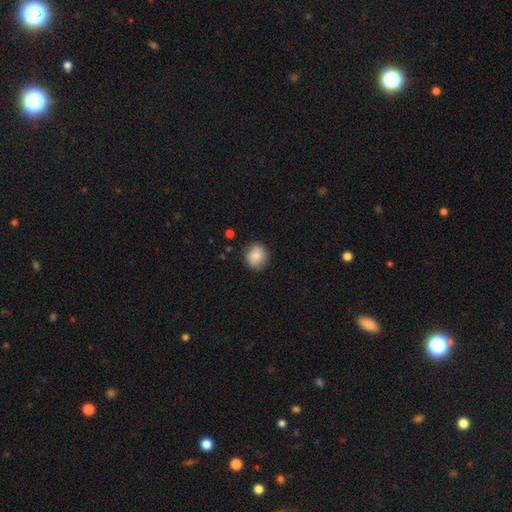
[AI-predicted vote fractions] This is clearly a smooth galaxy (83%). How rounded: clearly round (84%). Merging: clearly none (84%).